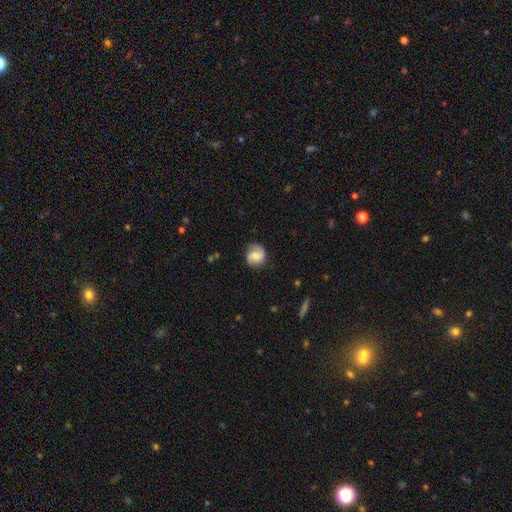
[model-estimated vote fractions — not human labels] Smooth or featured? Predicted: smooth (p=0.56). How rounded? Predicted: round (p=0.85). Merging? Predicted: none (p=0.78).